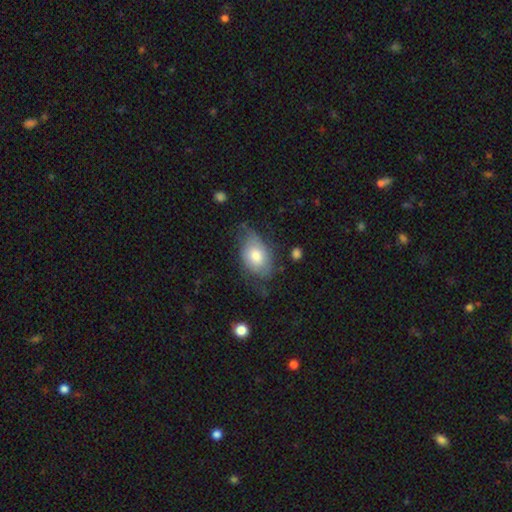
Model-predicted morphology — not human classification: Smooth or featured? smooth (68%)
How rounded? in between (88%)
Merging? none (48%)